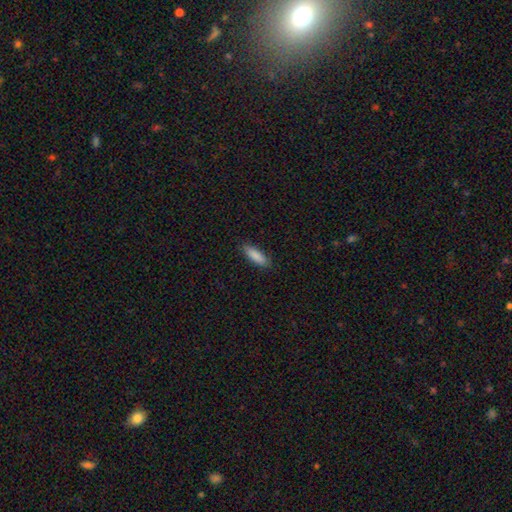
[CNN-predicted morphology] The model was most divided on "how rounded": in between: 50%, cigar-shaped: 48%, round: 2%. More confident: smooth or featured — smooth (88%); merging — none (86%).